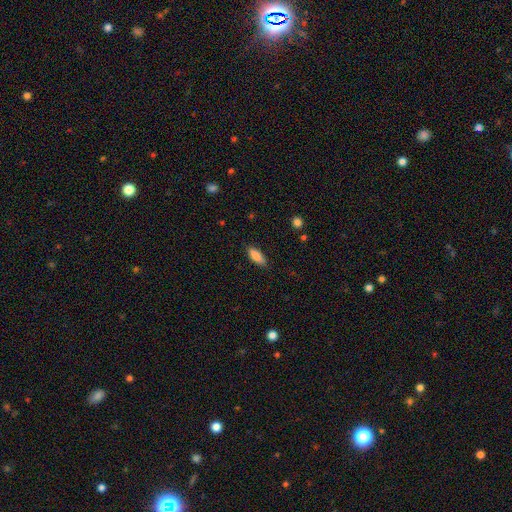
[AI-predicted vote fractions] smooth_or_featured: smooth (p=0.84) [alt: featured or disk p=0.10]
how_rounded: in between (p=0.75) [alt: cigar-shaped p=0.23]
merging: none (p=0.85) [alt: minor disturbance p=0.11]